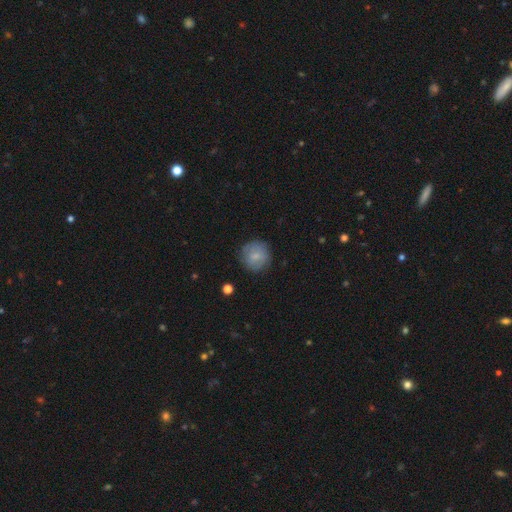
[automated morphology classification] smooth_or_featured: smooth (p=0.71) [alt: featured or disk p=0.22]
how_rounded: round (p=0.92) [alt: in between p=0.07]
merging: none (p=0.81) [alt: minor disturbance p=0.13]